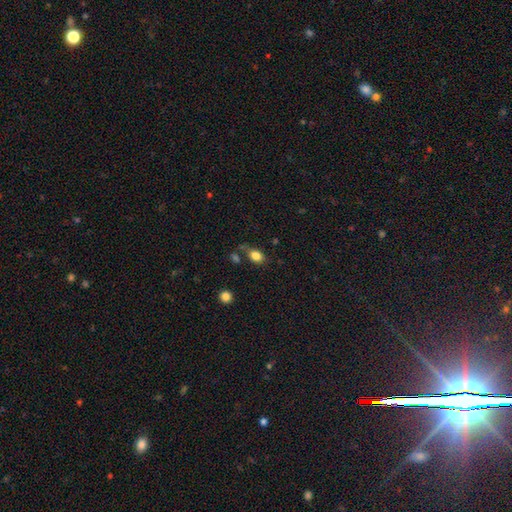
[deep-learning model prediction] This is clearly a smooth galaxy (82%). How rounded: likely in between (73%). Merging: likely none (65%).